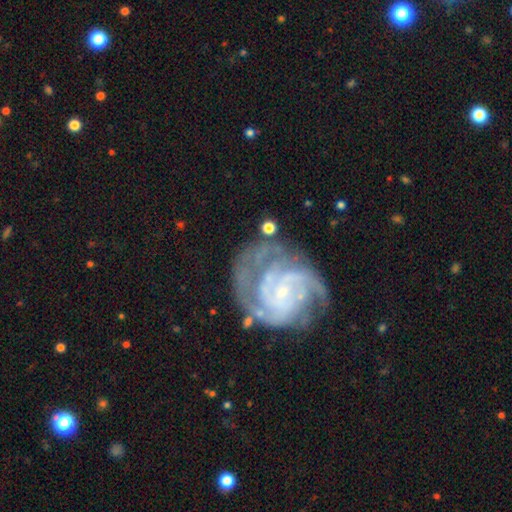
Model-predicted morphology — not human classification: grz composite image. It shows a featured or disk galaxy (87%) with no bar (61%), 3 (29%) tight (61%) spiral arms (97%) and a small central bulge (79%). Merging: none (60%).